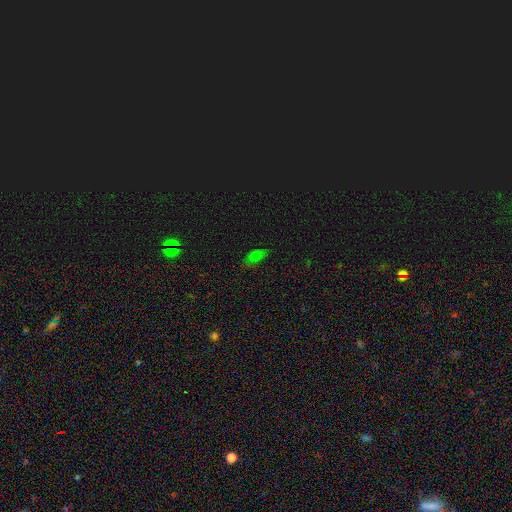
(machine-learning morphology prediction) type=smooth (61%); roundness=in between (81%); merging=none (63%).